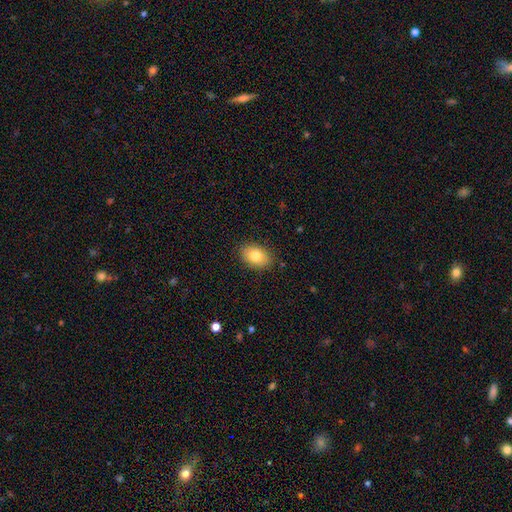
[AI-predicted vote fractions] smooth-or-featured: smooth: 80% | featured or disk: 12% | star or artifact: 8%
  how-rounded: in between: 85% | round: 13% | cigar-shaped: 1%
  merging: none: 86% | minor disturbance: 10% | major disturbance: 2% | merger: 1%